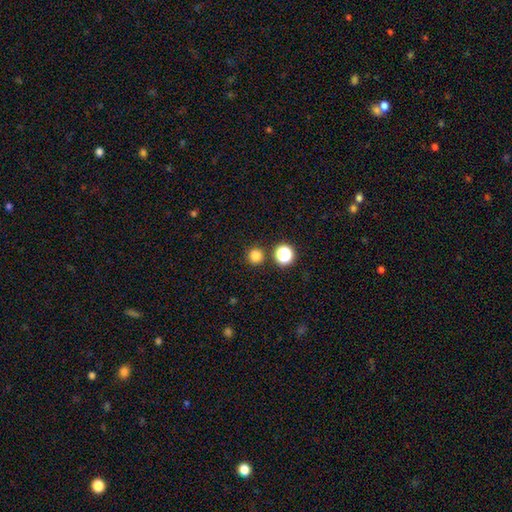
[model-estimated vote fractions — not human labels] Overall: smooth (81%). How rounded: round (95%). Merging: none (87%).